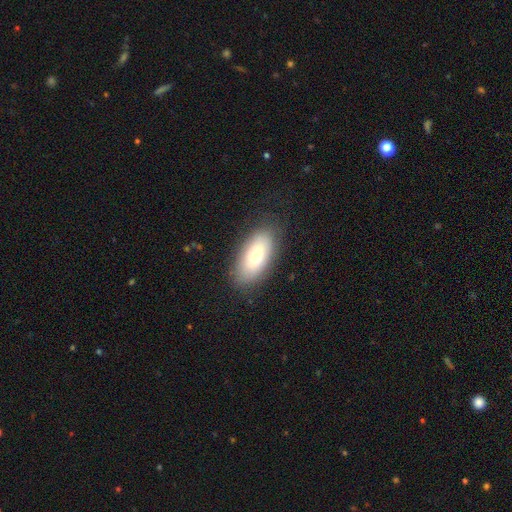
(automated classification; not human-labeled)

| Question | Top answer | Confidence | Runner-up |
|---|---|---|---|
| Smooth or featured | smooth | 71% | featured or disk (21%) |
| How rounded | in between | 90% | cigar-shaped (6%) |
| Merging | none | 83% | minor disturbance (12%) |